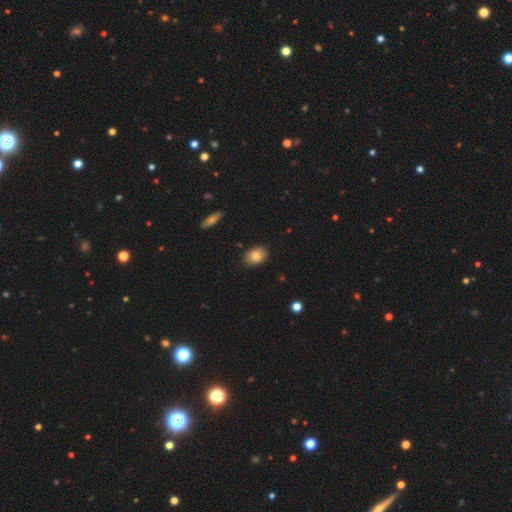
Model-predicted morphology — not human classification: Smooth or featured? Predicted: smooth (p=0.81). How rounded? Predicted: in between (p=0.67). Merging? Predicted: none (p=0.86).